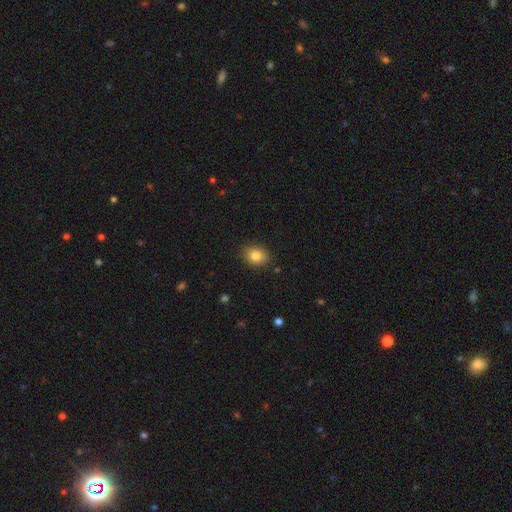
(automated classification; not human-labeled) A smooth galaxy with no disk features (84%) that is in between round and cigar-shaped (51%).

Vote fractions:
- Smooth or featured? smooth: 84% / star or artifact: 10% / featured or disk: 7%
- How rounded? in between: 51% / round: 48% / cigar-shaped: 1%
- Merging? none: 87% / minor disturbance: 10% / major disturbance: 2% / merger: 1%